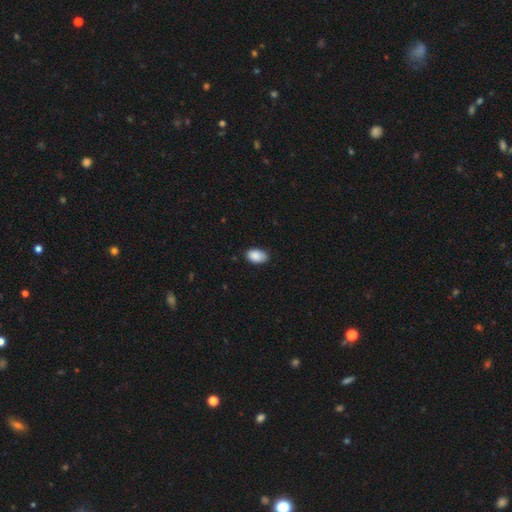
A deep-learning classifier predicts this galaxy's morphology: Smooth or featured: smooth — 89% (star or artifact — 7%)
How rounded: in between — 92% (round — 7%)
Merging: none — 81% (minor disturbance — 16%)